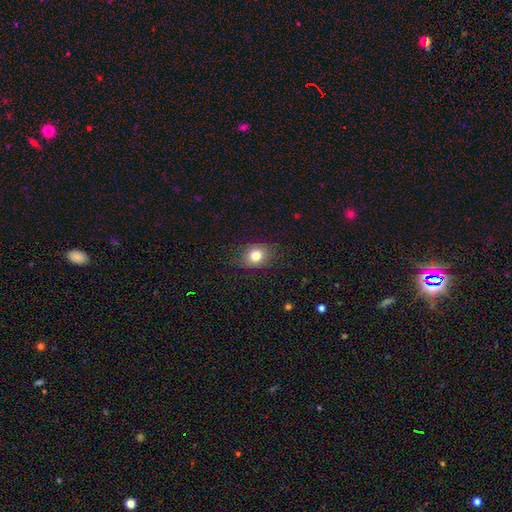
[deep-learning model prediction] A smooth galaxy with no disk features (80%) that is round (51%).

Vote fractions:
- Smooth or featured? smooth: 80% / star or artifact: 11% / featured or disk: 9%
- How rounded? round: 51% / in between: 47% / cigar-shaped: 1%
- Merging? none: 82% / minor disturbance: 13% / major disturbance: 4% / merger: 1%